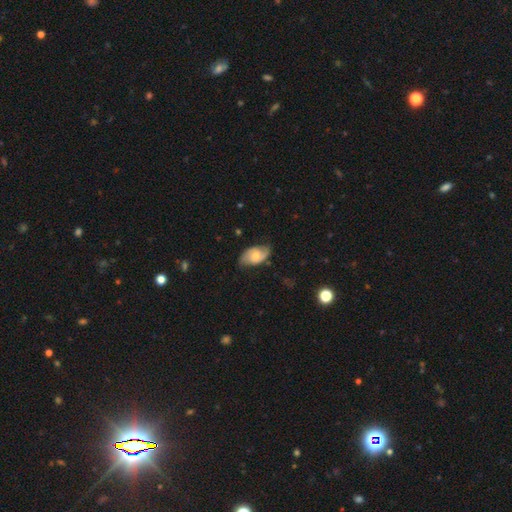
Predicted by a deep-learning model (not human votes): smooth_or_featured: featured or disk (p=0.65) [alt: smooth p=0.28]
disk_edge_on: no (p=0.96) [alt: yes p=0.04]
bar: no (p=0.56) [alt: weak p=0.37]
has_spiral_arms: yes (p=0.92) [alt: no p=0.08]
spiral_winding: medium (p=0.45) [alt: loose p=0.28]
spiral_arm_count: 2 (p=0.87) [alt: can't tell p=0.07]
bulge_size: moderate (p=0.43) [tied with: small p=0.43]
merging: none (p=0.72) [alt: minor disturbance p=0.21]